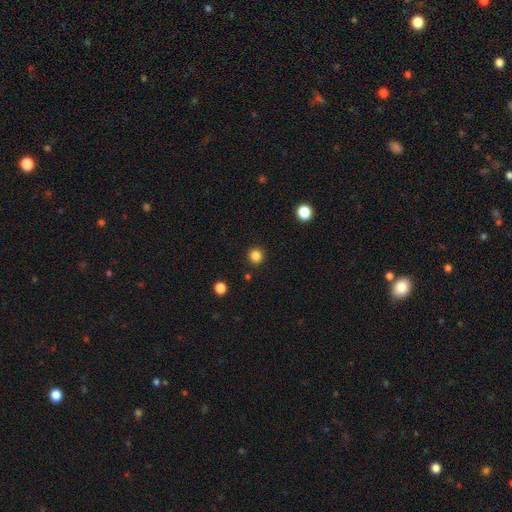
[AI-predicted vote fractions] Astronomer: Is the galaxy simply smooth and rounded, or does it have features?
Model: smooth — 85%.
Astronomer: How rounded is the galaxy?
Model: round — 93%.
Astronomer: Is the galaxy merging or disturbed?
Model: none — 91%.